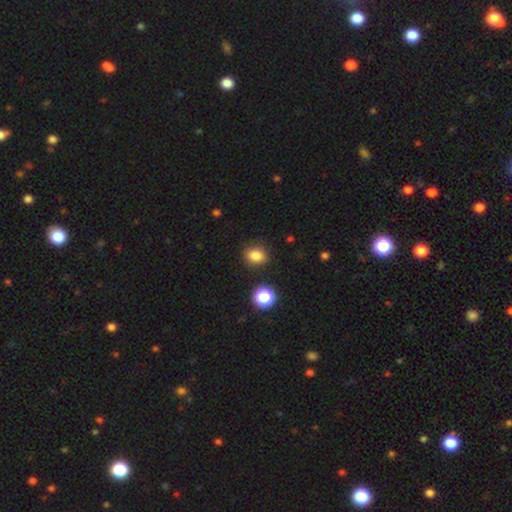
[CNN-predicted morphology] Smooth or featured: smooth — 83% (star or artifact — 12%)
How rounded: round — 51% (in between — 47%)
Merging: none — 86% (minor disturbance — 9%)